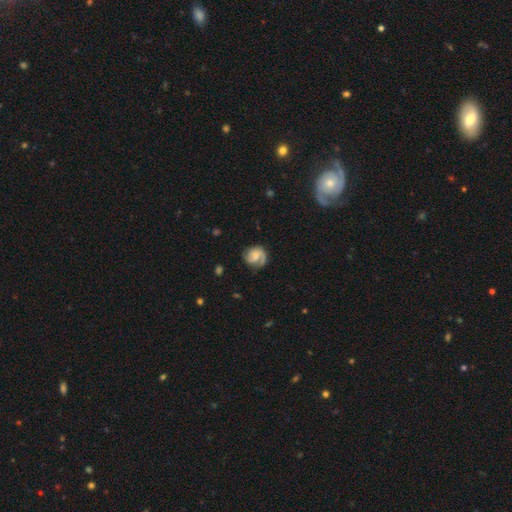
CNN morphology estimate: The model was most divided on "bulge size" (2-way tie): none: 32%, small: 32%, moderate: 25%, large: 10%, dominant: 2%. Remaining: edge-on disk — no (98%); spiral arms — yes (91%); merging — none (65%); smooth or featured — featured or disk (62%); bar — no (51%); spiral arm count — 2 (47%); spiral winding — medium (41%).